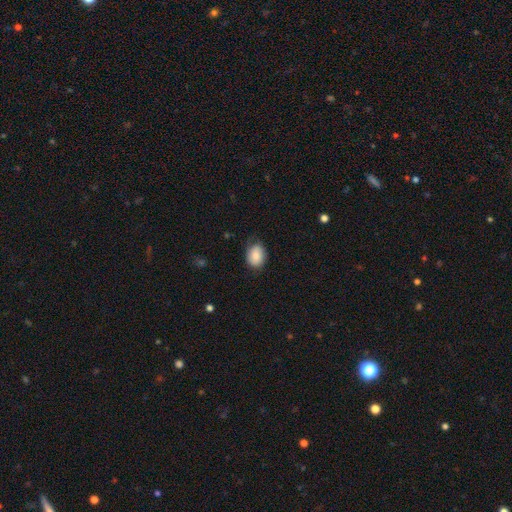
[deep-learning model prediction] Smooth or featured: smooth — 81% (featured or disk — 11%)
How rounded: in between — 62% (round — 37%)
Merging: none — 72% (minor disturbance — 22%)